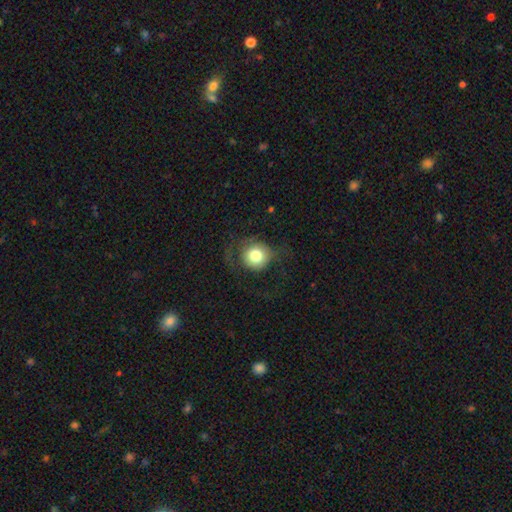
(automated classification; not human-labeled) A smooth galaxy with no disk features (72%) that is round (89%).

Vote fractions:
- Smooth or featured? smooth: 72% / featured or disk: 18% / star or artifact: 10%
- How rounded? round: 89% / in between: 10% / cigar-shaped: 1%
- Merging? none: 59% / major disturbance: 21% / minor disturbance: 19% / merger: 1%